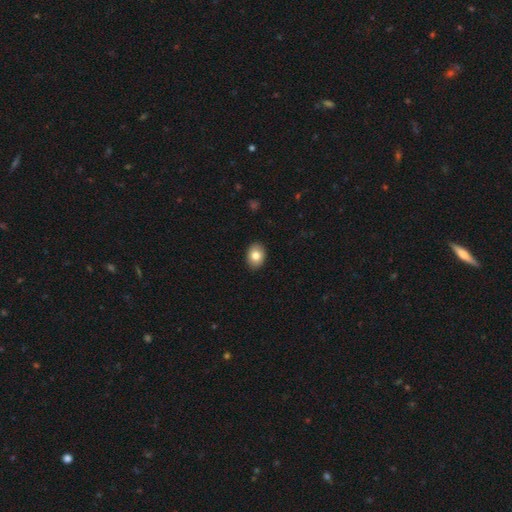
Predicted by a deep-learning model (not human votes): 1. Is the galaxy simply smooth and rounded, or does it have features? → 82% smooth, 10% featured or disk, 8% star or artifact.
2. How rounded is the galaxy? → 70% in between, 29% round, 1% cigar-shaped.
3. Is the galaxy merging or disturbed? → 91% none, 7% minor disturbance, 2% major disturbance, 1% merger.